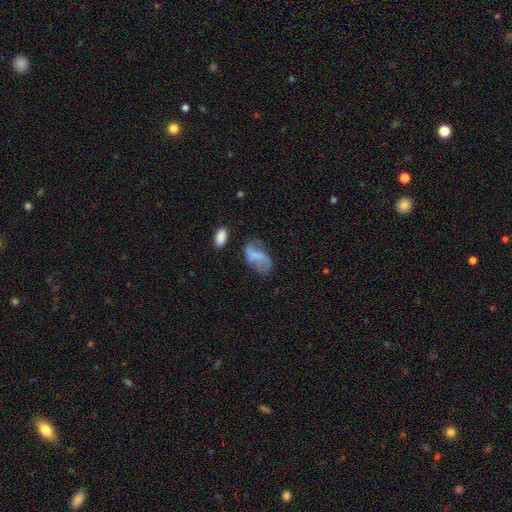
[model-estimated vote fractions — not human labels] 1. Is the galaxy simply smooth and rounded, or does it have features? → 51% featured or disk, 39% smooth, 10% star or artifact.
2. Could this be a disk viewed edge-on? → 96% no, 4% yes.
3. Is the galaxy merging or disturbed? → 50% none, 26% minor disturbance, 18% major disturbance, 7% merger.